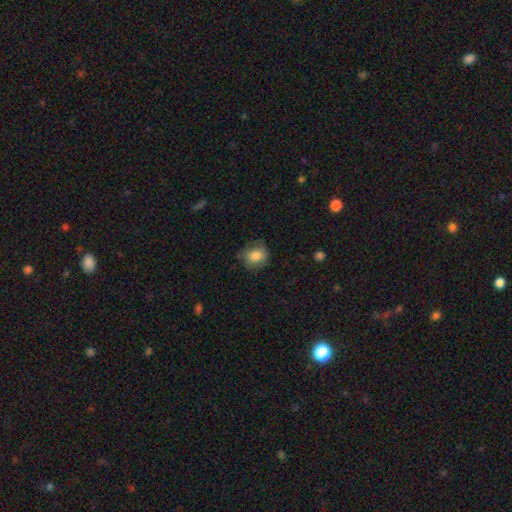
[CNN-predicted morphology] This is likely a smooth galaxy (79%). How rounded: likely round (65%). Merging: likely none (69%).